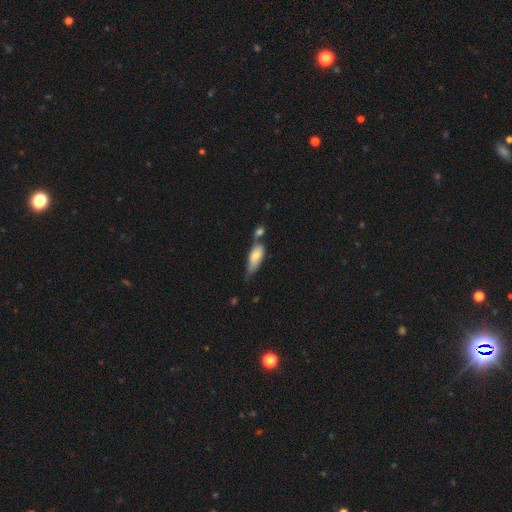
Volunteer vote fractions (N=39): Smooth or featured? smooth (72%)
How rounded? in between (89%)
Merging? merger (66%)